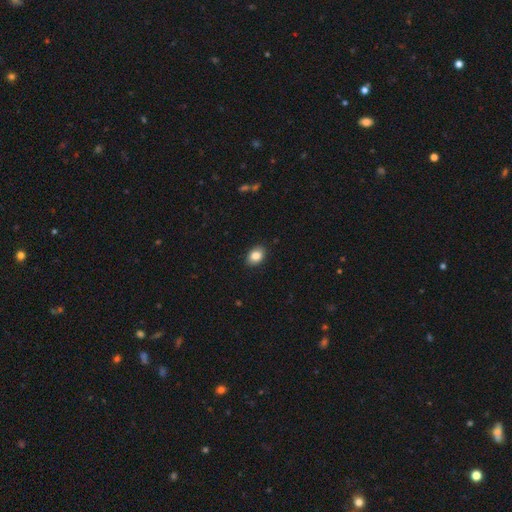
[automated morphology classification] This appears to be a smooth galaxy with no disk features (85%) that is in between round and cigar-shaped (76%). Merging: none (89%).